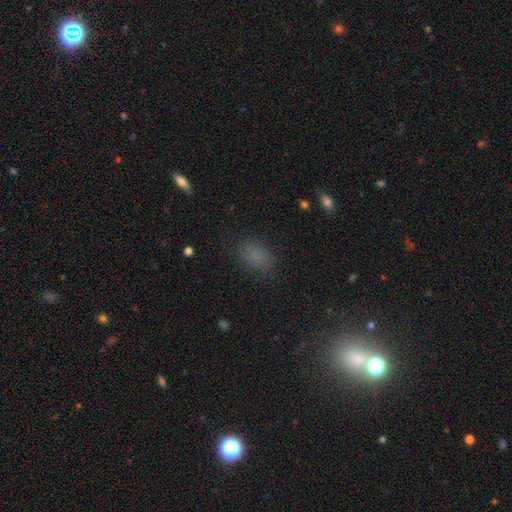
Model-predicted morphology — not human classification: The model was most divided on "smooth or featured": smooth: 78%, star or artifact: 17%, featured or disk: 6%. More confident: merging — none (81%); how rounded — in between (81%).